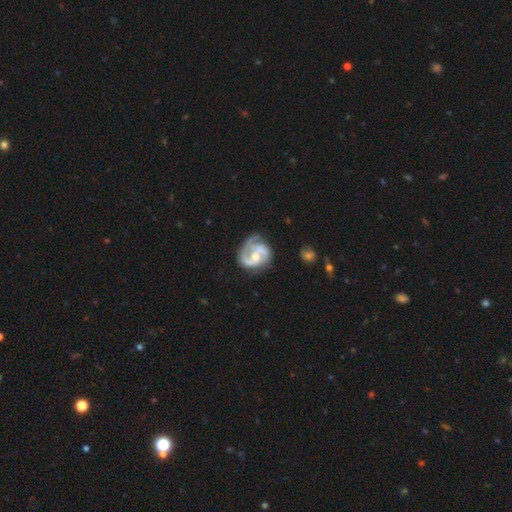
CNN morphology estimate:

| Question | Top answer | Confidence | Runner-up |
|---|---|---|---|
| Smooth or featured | featured or disk | 84% | smooth (11%) |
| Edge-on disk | no | 98% | yes (2%) |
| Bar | no | 52% | weak (38%) |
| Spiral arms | yes | 95% | no (5%) |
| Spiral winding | medium | 48% | tight (36%) |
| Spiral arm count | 2 | 69% | 3 (11%) |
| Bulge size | moderate | 55% | small (35%) |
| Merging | none | 57% | minor disturbance (25%) |